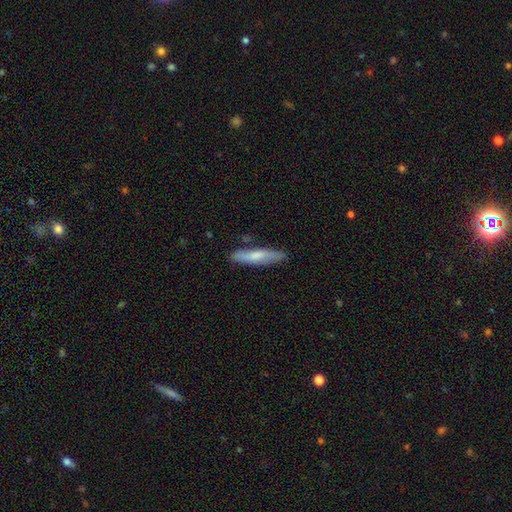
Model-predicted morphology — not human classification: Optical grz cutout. It shows a smooth galaxy with no disk features (65%) that is cigar-shaped (81%). Merging: none (78%).